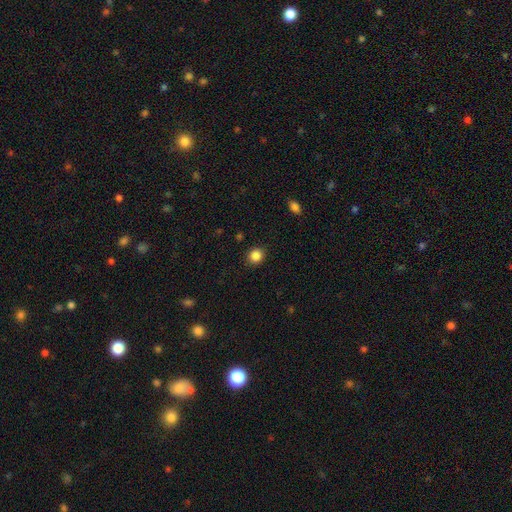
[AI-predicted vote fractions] The model was most divided on "how rounded": round: 86%, in between: 13%, cigar-shaped: 1%. More confident: merging — none (91%); smooth or featured — smooth (86%).